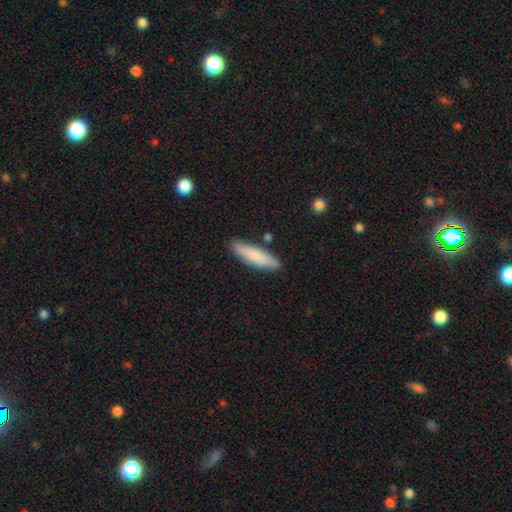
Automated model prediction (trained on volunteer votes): smooth_or_featured: smooth (p=0.79) [alt: featured or disk p=0.15]
how_rounded: cigar-shaped (p=0.73) [alt: in between p=0.25]
merging: none (p=0.84) [alt: minor disturbance p=0.12]